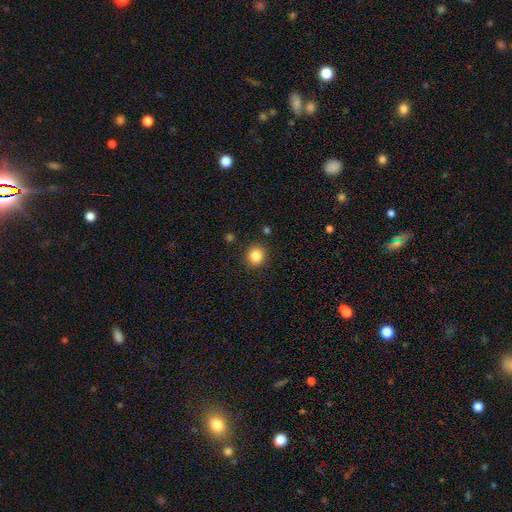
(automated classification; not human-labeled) smooth-or-featured: smooth: 86% | star or artifact: 10% | featured or disk: 4%
  how-rounded: round: 83% | in between: 16% | cigar-shaped: 1%
  merging: none: 87% | minor disturbance: 8% | major disturbance: 3% | merger: 2%